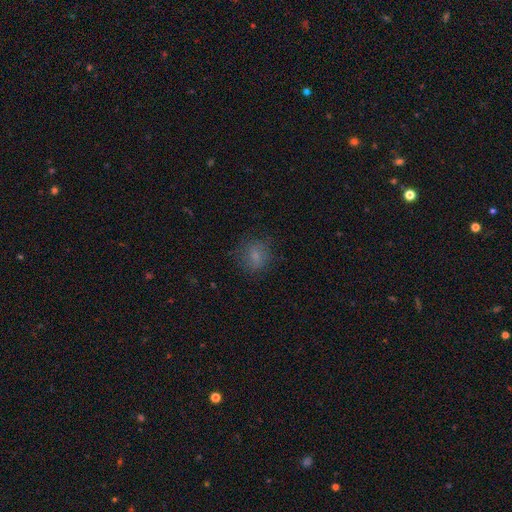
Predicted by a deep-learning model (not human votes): A smooth galaxy with no disk features (75%) that is round (70%).

Vote fractions:
- Smooth or featured? smooth: 75% / star or artifact: 13% / featured or disk: 12%
- How rounded? round: 70% / in between: 28% / cigar-shaped: 1%
- Merging? none: 76% / minor disturbance: 16% / major disturbance: 7% / merger: 1%